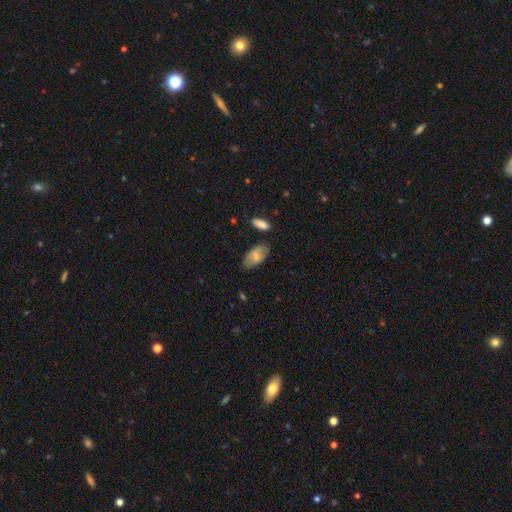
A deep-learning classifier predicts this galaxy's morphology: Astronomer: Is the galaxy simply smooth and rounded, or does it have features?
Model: smooth — 76%.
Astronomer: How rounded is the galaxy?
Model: in between — 92%.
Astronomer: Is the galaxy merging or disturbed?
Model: none — 73%.